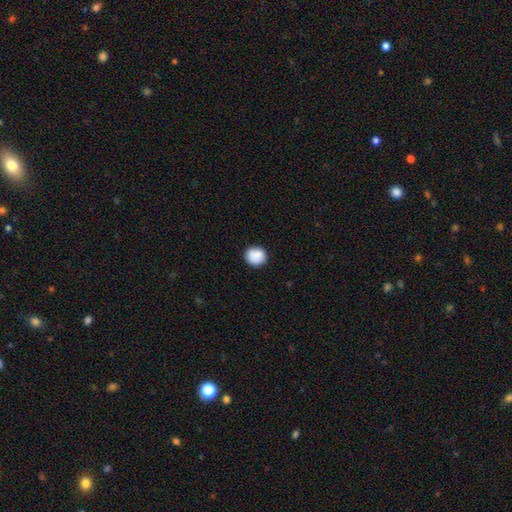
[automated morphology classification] Smooth or featured: smooth — 85% (star or artifact — 8%)
How rounded: round — 85% (in between — 14%)
Merging: none — 80% (minor disturbance — 13%)